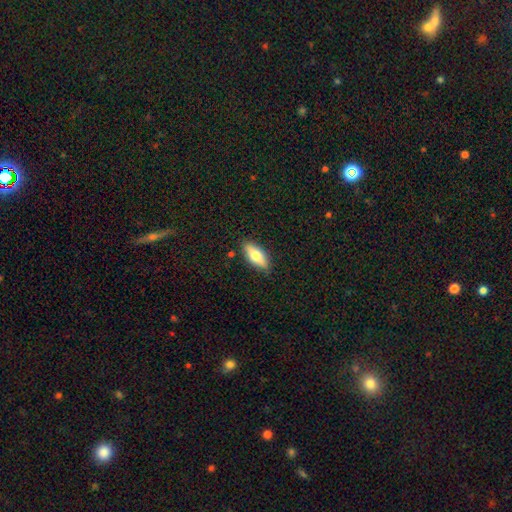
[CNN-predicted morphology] Overall: smooth (66%; featured or disk 28%). How rounded: in between (73%). Merging: none (86%).